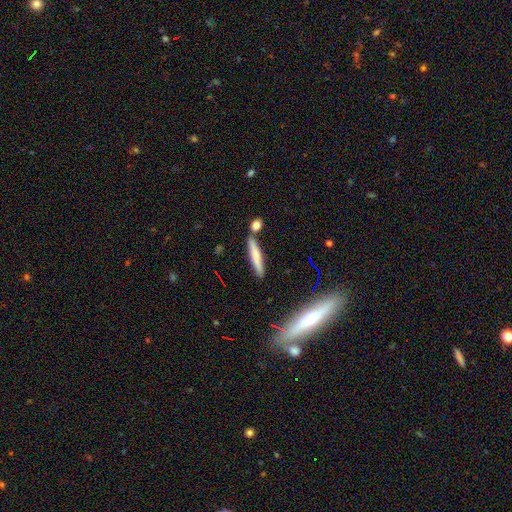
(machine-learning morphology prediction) Q: Smooth or featured?
A: smooth (66%); runner-up: featured or disk (26%)
Q: How rounded?
A: cigar-shaped (91%); runner-up: in between (7%)
Q: Merging?
A: none (76%); runner-up: minor disturbance (11%)